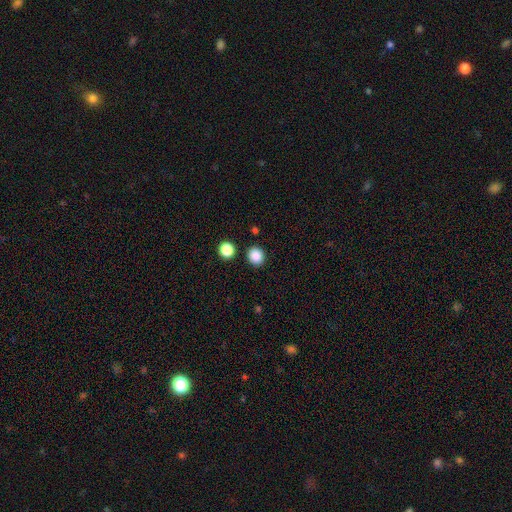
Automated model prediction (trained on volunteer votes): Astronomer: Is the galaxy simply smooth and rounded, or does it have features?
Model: smooth — 87%.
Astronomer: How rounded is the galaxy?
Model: round — 82%.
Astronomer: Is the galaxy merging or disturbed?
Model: none — 87%.